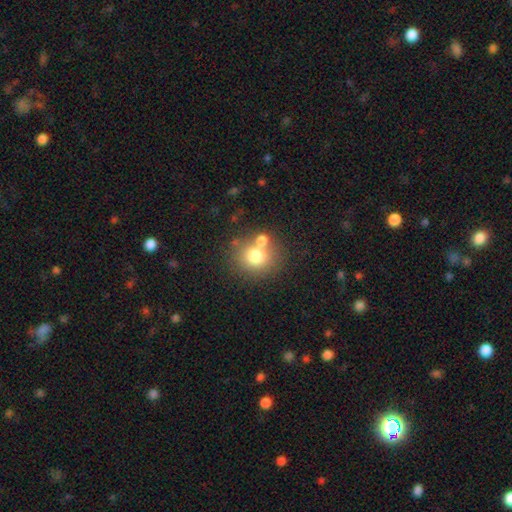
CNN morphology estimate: smooth-or-featured: smooth: 74% | featured or disk: 14% | star or artifact: 13%
  how-rounded: round: 83% | in between: 16% | cigar-shaped: 1%
  merging: none: 61% | merger: 25% | minor disturbance: 10% | major disturbance: 4%